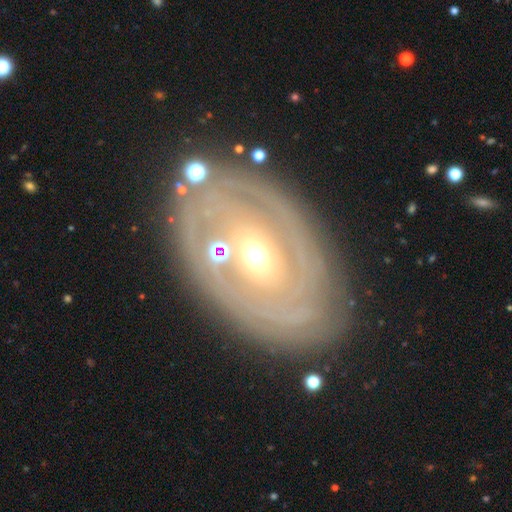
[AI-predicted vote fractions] Smooth or featured? Predicted: featured or disk (p=0.83). Edge-on disk? Predicted: no (p=0.95). Bar? Predicted: no (p=0.64). Spiral arms? Predicted: yes (p=0.77). Spiral winding? Predicted: tight (p=0.77). Spiral arm count? Predicted: can't tell (p=0.39). Bulge size? Predicted: moderate (p=0.67). Merging? Predicted: none (p=0.78).